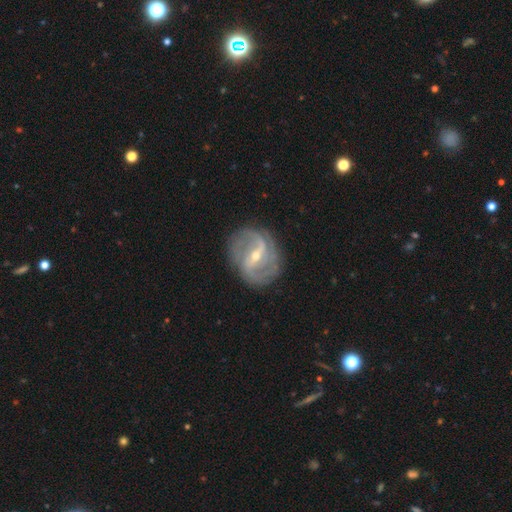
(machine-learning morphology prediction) Overall: featured or disk (88%). Edge-on disk: no (97%). Bar: strong (47%; weak 40%). Spiral arms: yes (95%). Spiral arm count: 2 (63%). Spiral winding: medium (45%; loose 30%). Bulge size: small (60%; moderate 38%). Merging: none (79%).